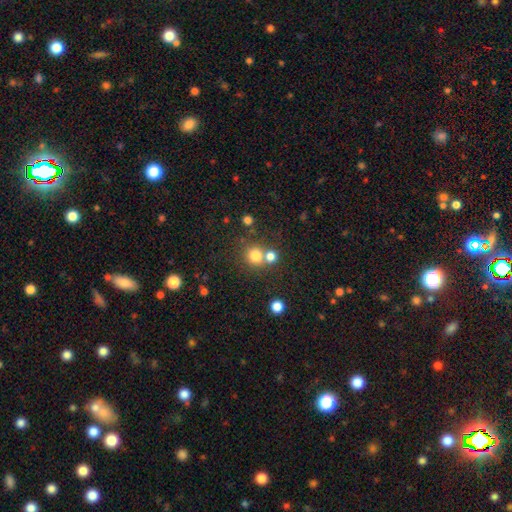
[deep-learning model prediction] Q: Smooth or featured?
A: smooth (77%); runner-up: star or artifact (15%)
Q: How rounded?
A: round (90%); runner-up: in between (9%)
Q: Merging?
A: none (58%); runner-up: merger (32%)